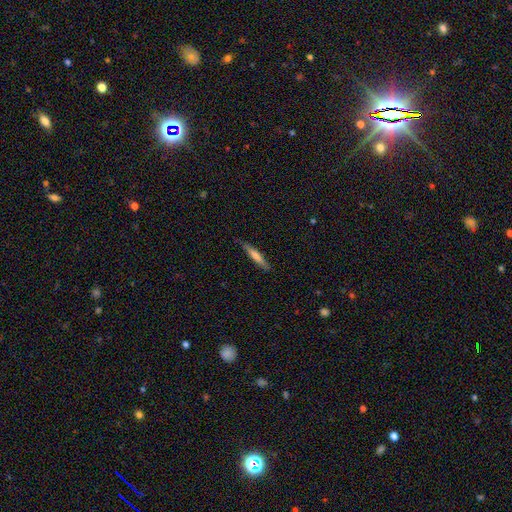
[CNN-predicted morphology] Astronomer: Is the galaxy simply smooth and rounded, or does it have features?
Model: smooth — 59% (runner-up: featured or disk, 35%).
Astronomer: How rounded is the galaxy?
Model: cigar-shaped — 92%.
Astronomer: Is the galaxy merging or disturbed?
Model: none — 82%.